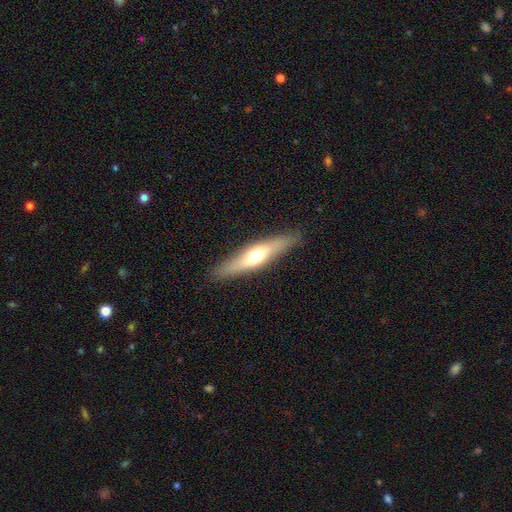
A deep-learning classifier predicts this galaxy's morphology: The model was most divided on "smooth or featured": featured or disk: 50%, smooth: 44%, star or artifact: 6%. More confident: merging — none (88%).